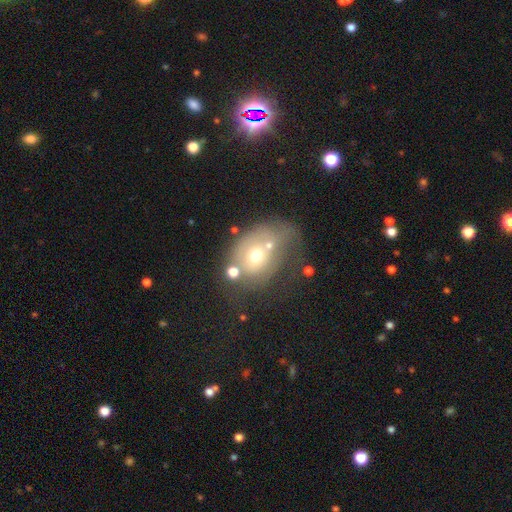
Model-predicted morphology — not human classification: smooth 50%, featured or disk 38%, star or artifact 12%. Down the decision tree: how rounded — in between (54%); merging — merger (28%).